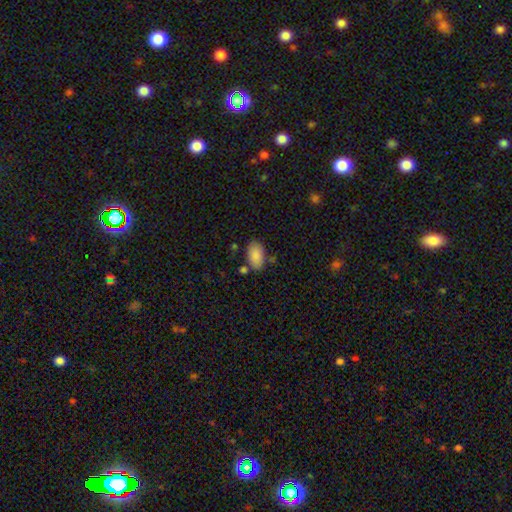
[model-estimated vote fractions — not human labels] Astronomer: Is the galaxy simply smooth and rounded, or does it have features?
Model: smooth — 88%.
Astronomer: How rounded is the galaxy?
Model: in between — 93%.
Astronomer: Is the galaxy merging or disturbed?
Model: none — 70%.